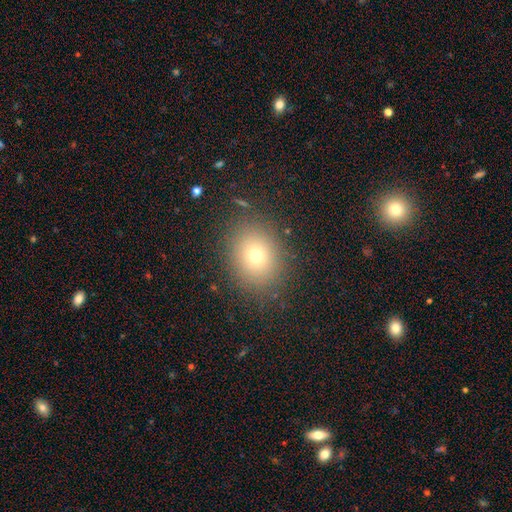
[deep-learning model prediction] Q: Smooth or featured?
A: smooth (73%); runner-up: star or artifact (16%)
Q: How rounded?
A: round (58%); runner-up: in between (41%)
Q: Merging?
A: none (85%); runner-up: minor disturbance (9%)